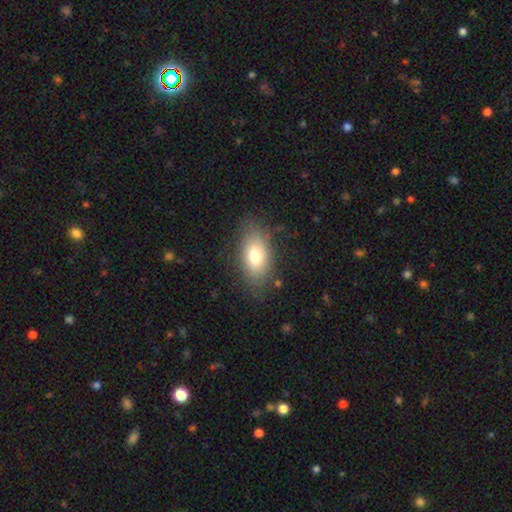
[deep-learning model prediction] smooth-or-featured: smooth: 75% | featured or disk: 16% | star or artifact: 9%
  how-rounded: in between: 88% | round: 9% | cigar-shaped: 3%
  merging: none: 80% | minor disturbance: 14% | major disturbance: 5% | merger: 1%